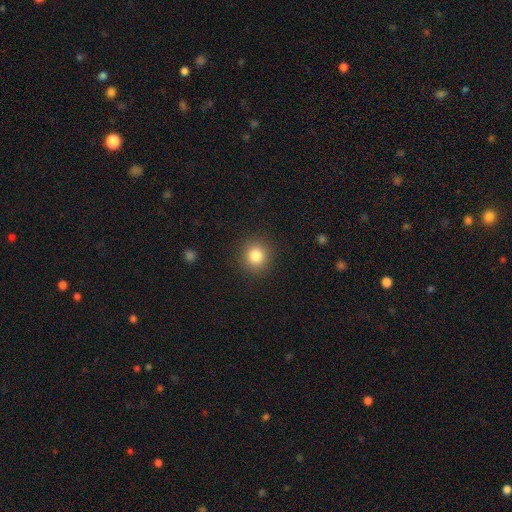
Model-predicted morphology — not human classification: Smooth or featured?
  - smooth: 83% *
  - star or artifact: 11%
  - featured or disk: 6%
How rounded?
  - round: 90% *
  - in between: 9%
  - cigar-shaped: 1%
Merging?
  - none: 90% *
  - minor disturbance: 6%
  - major disturbance: 2%
  - merger: 1%